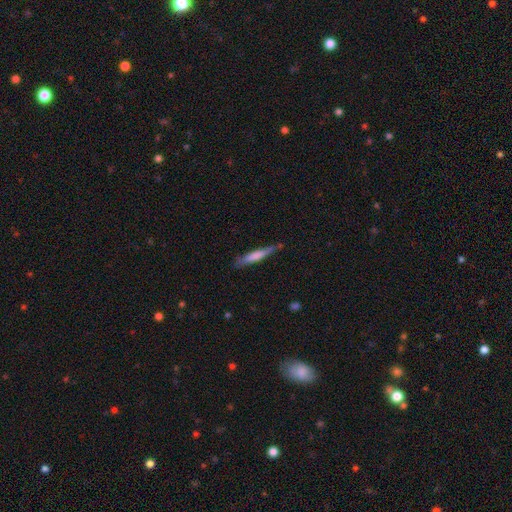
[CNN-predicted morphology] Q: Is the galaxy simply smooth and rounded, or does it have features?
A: smooth — 61%.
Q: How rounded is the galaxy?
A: cigar-shaped — 92%.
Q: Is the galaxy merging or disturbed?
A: none — 75%.